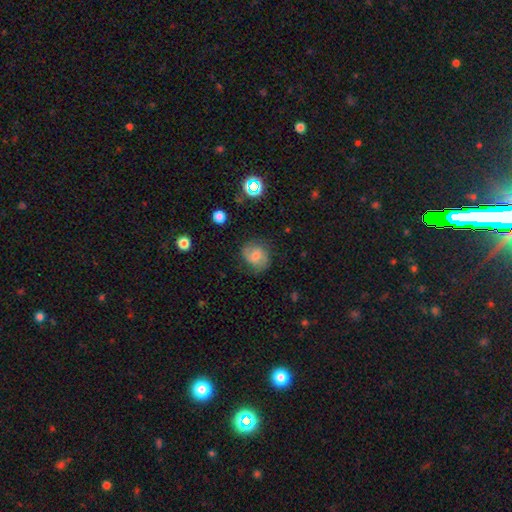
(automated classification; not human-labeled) Smooth or featured?
  - smooth: 53% *
  - featured or disk: 37%
  - star or artifact: 10%
How rounded?
  - round: 67% *
  - in between: 32%
  - cigar-shaped: 1%
Merging?
  - none: 69% *
  - minor disturbance: 21%
  - major disturbance: 8%
  - merger: 1%